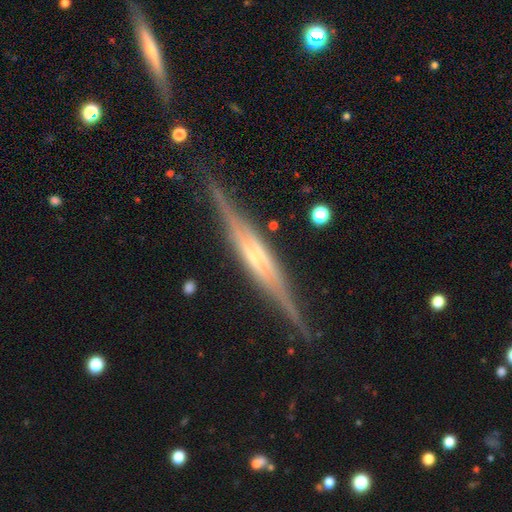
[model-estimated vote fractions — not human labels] A featured or disk galaxy (86%) viewed edge-on (98%) with a rounded central bulge (46%). Merging: none (85%).